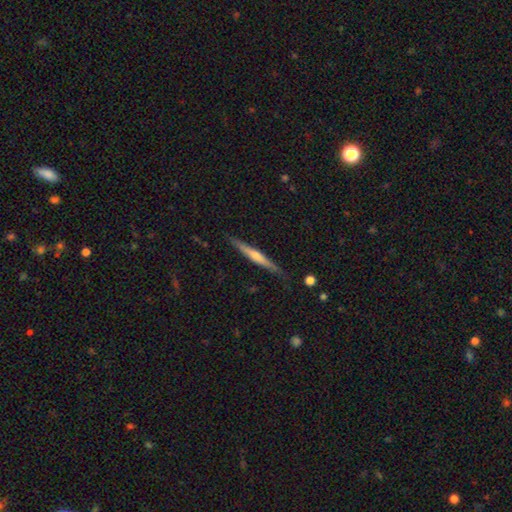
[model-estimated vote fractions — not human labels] A featured or disk galaxy (70%) viewed edge-on (98%) with a rounded central bulge (75%).

Vote fractions:
- Smooth or featured? featured or disk: 70% / smooth: 25% / star or artifact: 6%
- Edge-on disk? yes: 98% / no: 2%
- Edge-on bulge? rounded: 75% / none: 18% / boxy: 7%
- Merging? none: 87% / minor disturbance: 10% / major disturbance: 2% / merger: 1%